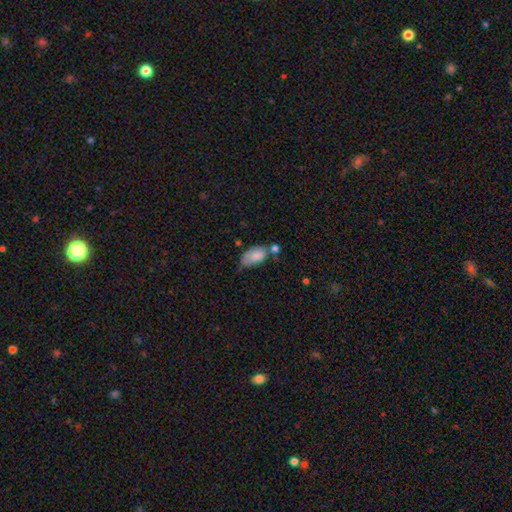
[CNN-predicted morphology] Smooth or featured: smooth — 81% (featured or disk — 12%)
How rounded: in between — 93% (round — 4%)
Merging: none — 42% (minor disturbance — 31%)